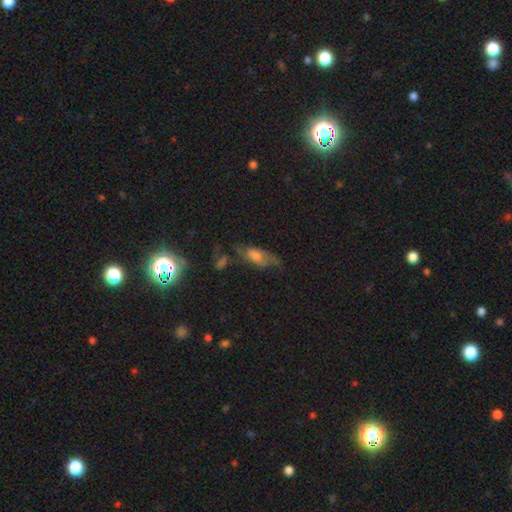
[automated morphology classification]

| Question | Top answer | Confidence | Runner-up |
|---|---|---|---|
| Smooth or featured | featured or disk | 41% | smooth (37%) |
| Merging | none | 49% | minor disturbance (25%) |